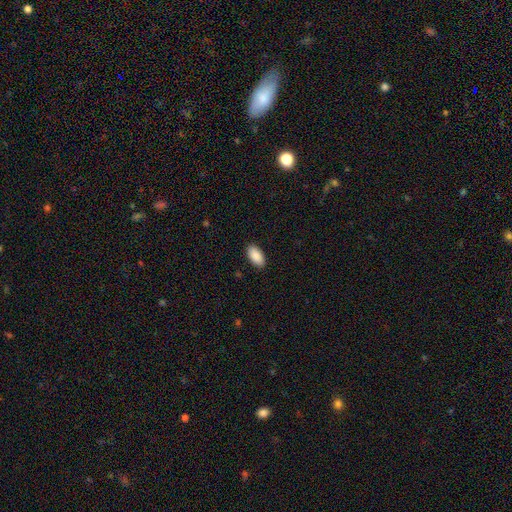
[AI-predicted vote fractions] smooth 90%, star or artifact 6%, featured or disk 4%. Down the decision tree: how rounded — in between (95%); merging — none (89%).